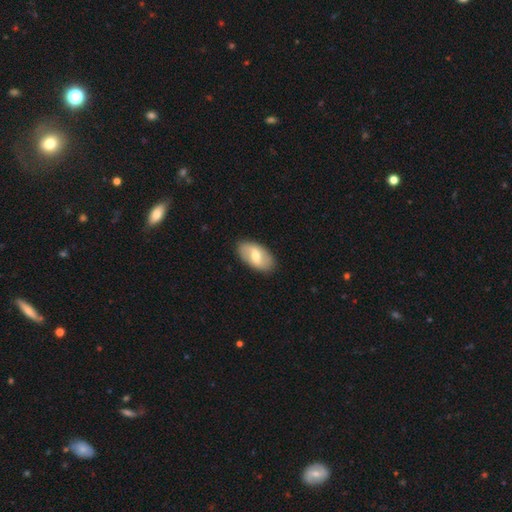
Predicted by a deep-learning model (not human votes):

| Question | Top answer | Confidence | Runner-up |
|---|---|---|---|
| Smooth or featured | smooth | 52% | featured or disk (43%) |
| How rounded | in between | 93% | round (4%) |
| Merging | none | 87% | minor disturbance (10%) |